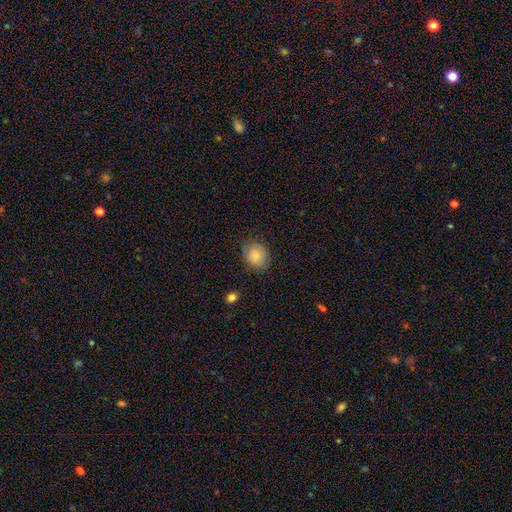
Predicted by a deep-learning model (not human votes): smooth_or_featured: smooth (p=0.82) [alt: featured or disk p=0.10]
how_rounded: round (p=0.64) [alt: in between p=0.35]
merging: none (p=0.80) [alt: minor disturbance p=0.15]